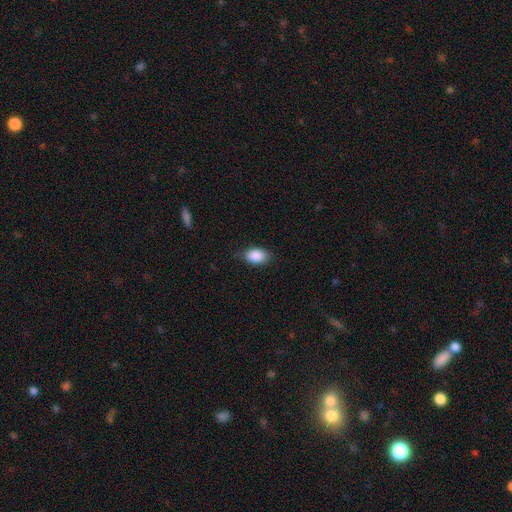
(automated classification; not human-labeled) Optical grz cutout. It shows a smooth galaxy with no disk features (88%) that is in between round and cigar-shaped (86%). Merging: none (78%).